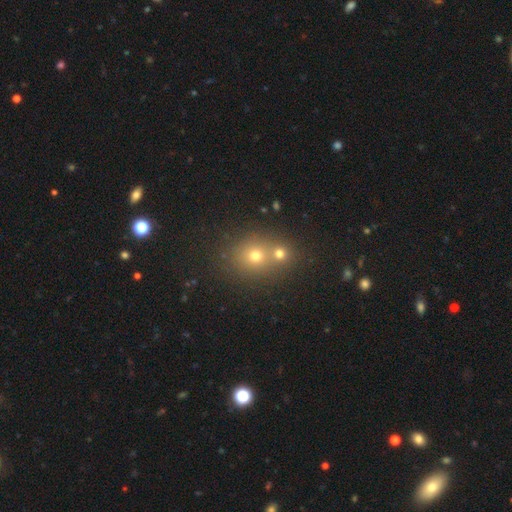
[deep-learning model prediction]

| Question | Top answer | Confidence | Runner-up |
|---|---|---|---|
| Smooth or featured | smooth | 66% | star or artifact (21%) |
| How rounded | round | 77% | in between (22%) |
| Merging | none | 49% | merger (42%) |